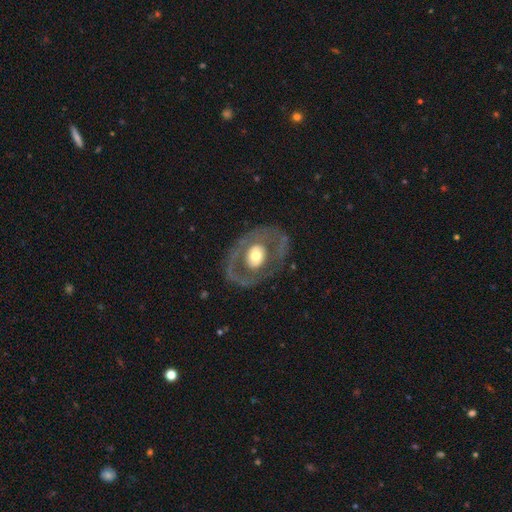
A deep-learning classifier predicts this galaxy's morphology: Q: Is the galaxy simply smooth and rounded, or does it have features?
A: featured or disk — 63%.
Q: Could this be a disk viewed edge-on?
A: no — 93%.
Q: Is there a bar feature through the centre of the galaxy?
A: no — 79%.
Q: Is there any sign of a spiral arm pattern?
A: no — 76%.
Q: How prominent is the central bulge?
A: moderate — 57%.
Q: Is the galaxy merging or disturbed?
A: none — 72%.